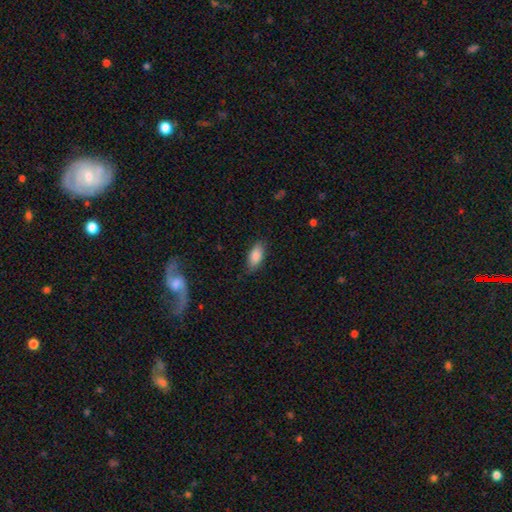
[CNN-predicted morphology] This appears to be a smooth galaxy with no disk features (87%) that is in between round and cigar-shaped (87%). Merging: none (83%).